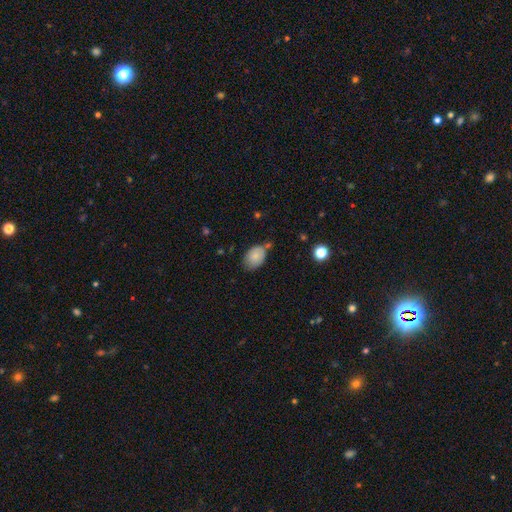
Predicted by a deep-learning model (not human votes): A smooth galaxy with no disk features (82%) that is in between round and cigar-shaped (86%).

Vote fractions:
- Smooth or featured? smooth: 82% / featured or disk: 11% / star or artifact: 8%
- How rounded? in between: 86% / round: 13% / cigar-shaped: 1%
- Merging? none: 63% / minor disturbance: 26% / merger: 7% / major disturbance: 5%